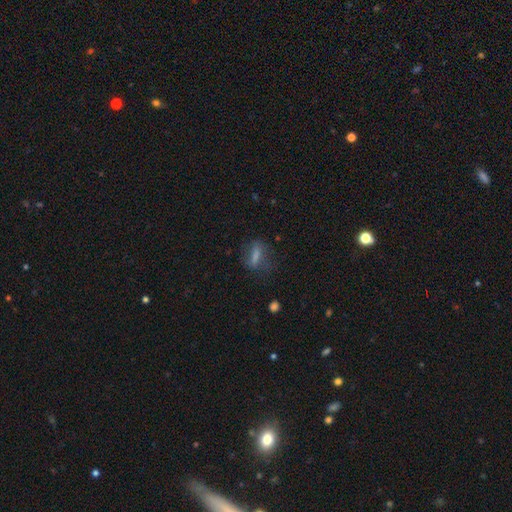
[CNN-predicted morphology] The model was most divided on "how rounded": in between: 55%, cigar-shaped: 34%, round: 11%. More confident: smooth or featured — smooth (63%); merging — none (59%).